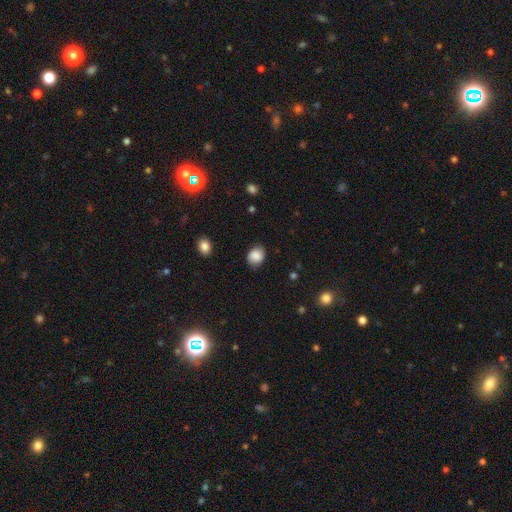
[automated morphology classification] The model was most divided on "how rounded": in between: 53%, round: 46%, cigar-shaped: 1%. More confident: smooth or featured — smooth (84%); merging — none (78%).